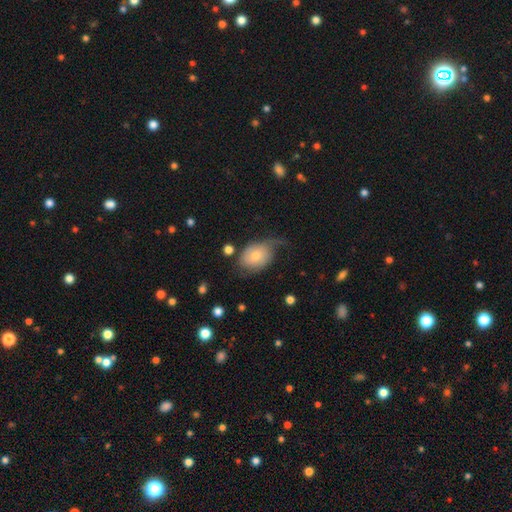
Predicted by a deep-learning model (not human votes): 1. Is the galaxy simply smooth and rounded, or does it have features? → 57% smooth, 36% featured or disk, 7% star or artifact.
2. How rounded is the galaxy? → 73% in between, 26% round, 1% cigar-shaped.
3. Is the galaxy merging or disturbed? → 34% minor disturbance, 32% none, 30% major disturbance, 3% merger.